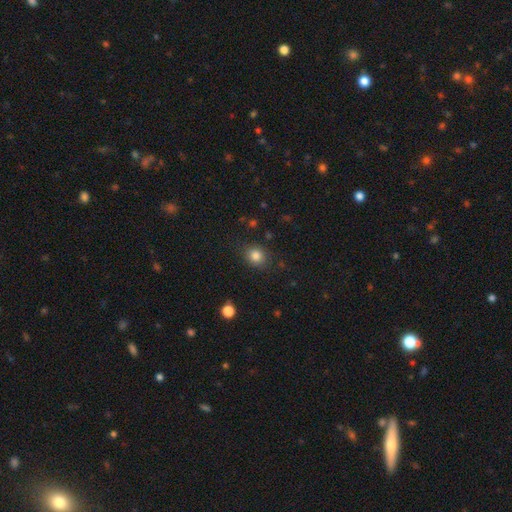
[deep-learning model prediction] Smooth or featured? Predicted: smooth (p=0.83). How rounded? Predicted: round (p=0.68). Merging? Predicted: none (p=0.84).